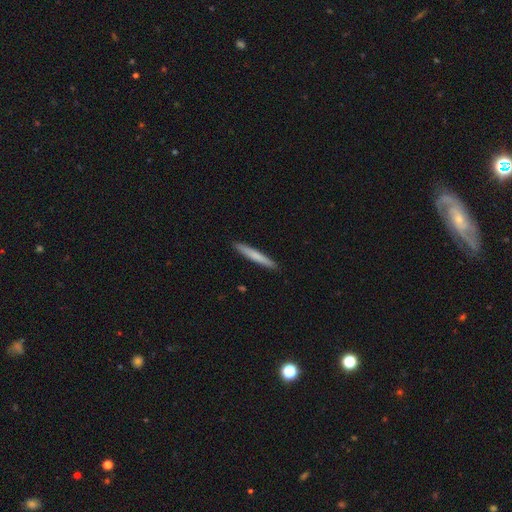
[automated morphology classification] This is likely a smooth galaxy (72%). How rounded: clearly cigar-shaped (96%). Merging: clearly none (92%).